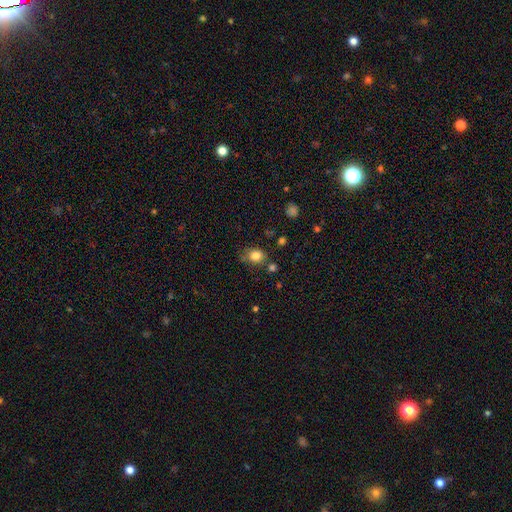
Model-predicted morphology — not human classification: smooth 82%, star or artifact 11%, featured or disk 7%. Down the decision tree: how rounded — round (50%); merging — none (66%).